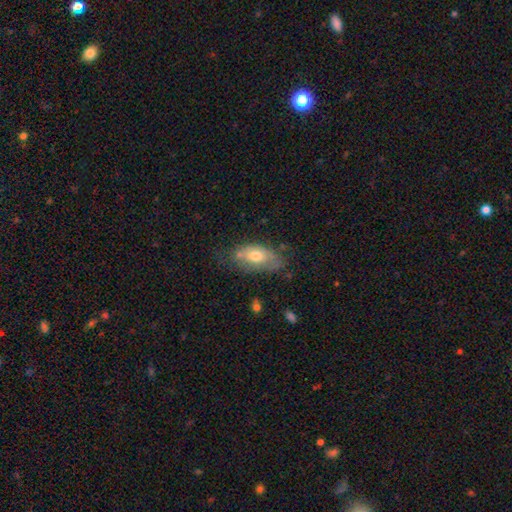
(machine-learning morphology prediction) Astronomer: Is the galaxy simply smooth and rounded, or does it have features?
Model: smooth — 64%.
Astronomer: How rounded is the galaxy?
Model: in between — 89%.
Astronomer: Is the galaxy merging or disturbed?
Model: none — 52% (runner-up: minor disturbance, 31%).